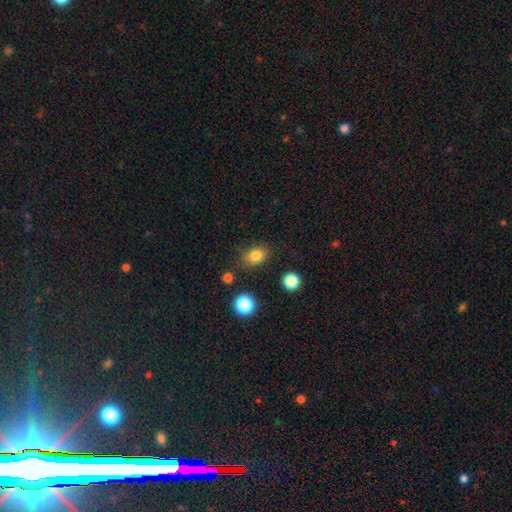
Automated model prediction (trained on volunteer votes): Smooth or featured: smooth — 81% (star or artifact — 12%)
How rounded: in between — 57% (round — 42%)
Merging: none — 76% (minor disturbance — 16%)